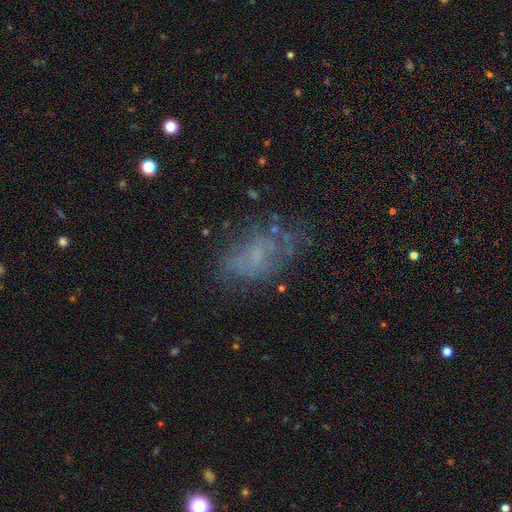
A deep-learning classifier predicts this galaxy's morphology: smooth-or-featured: featured or disk: 43% | smooth: 39% | star or artifact: 18%
  merging: none: 51% | major disturbance: 23% | minor disturbance: 23% | merger: 4%